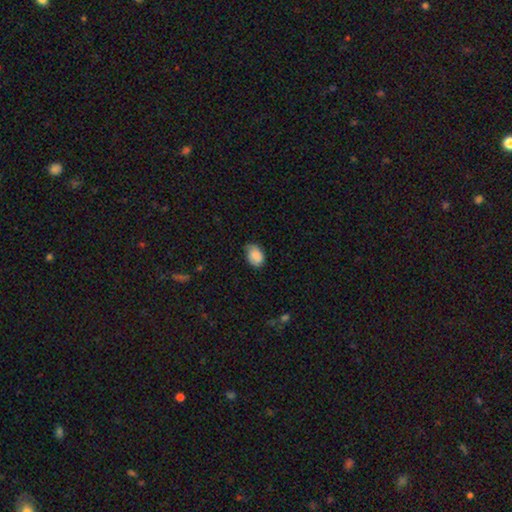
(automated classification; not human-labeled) A smooth galaxy with no disk features (82%) that is in between round and cigar-shaped (78%).

Vote fractions:
- Smooth or featured? smooth: 82% / featured or disk: 11% / star or artifact: 7%
- How rounded? in between: 78% / round: 21% / cigar-shaped: 1%
- Merging? none: 63% / minor disturbance: 30% / major disturbance: 5% / merger: 1%